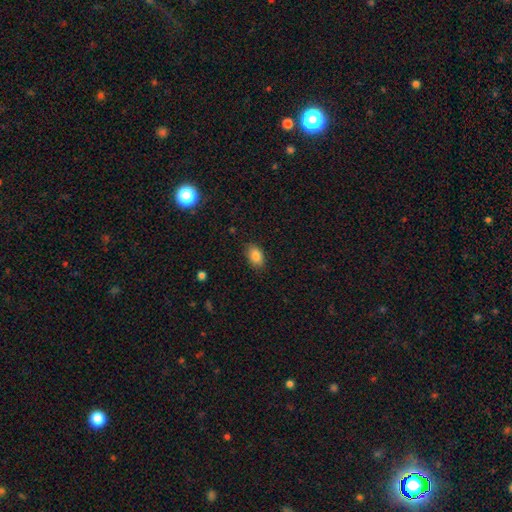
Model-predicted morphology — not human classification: Overall: smooth (85%). How rounded: in between (87%). Merging: none (84%).